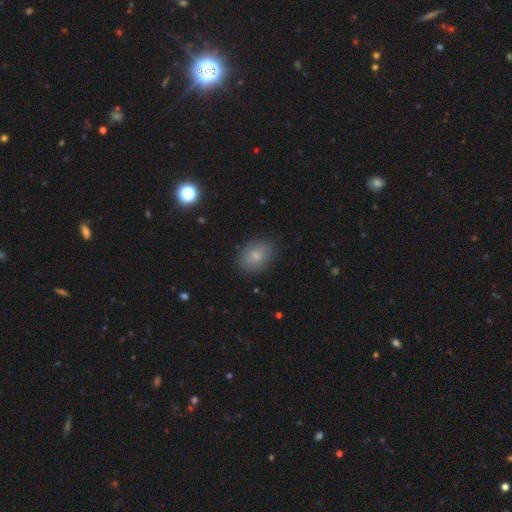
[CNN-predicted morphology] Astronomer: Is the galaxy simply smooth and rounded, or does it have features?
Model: smooth — 79%.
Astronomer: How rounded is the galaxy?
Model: in between — 66%.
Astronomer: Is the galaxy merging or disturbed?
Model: none — 83%.